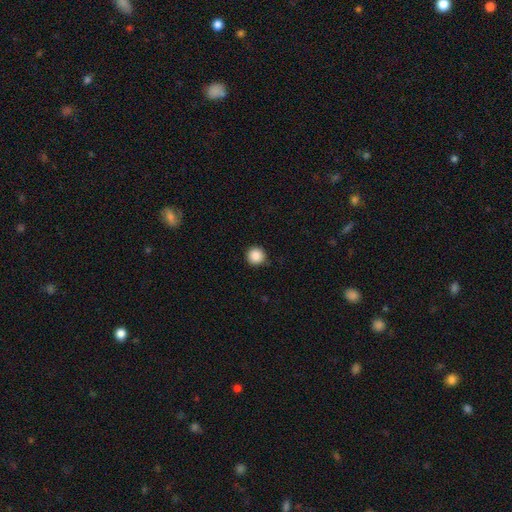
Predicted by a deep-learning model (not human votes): Morphology: type=smooth (88%); roundness=round (96%); merging=none (89%).